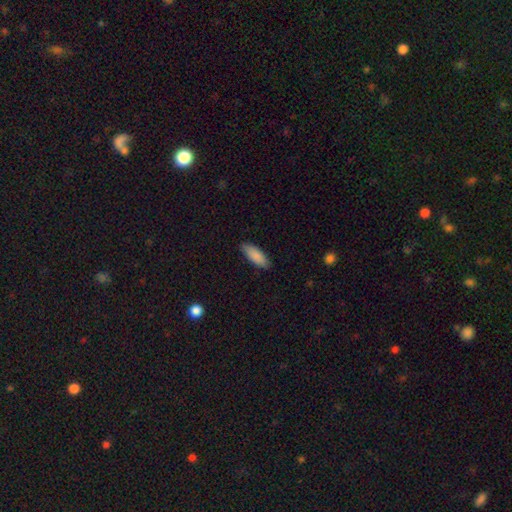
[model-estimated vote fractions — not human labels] smooth-or-featured: smooth: 89% | star or artifact: 6% | featured or disk: 6%
  how-rounded: in between: 71% | cigar-shaped: 28% | round: 2%
  merging: none: 85% | minor disturbance: 12% | major disturbance: 2% | merger: 1%